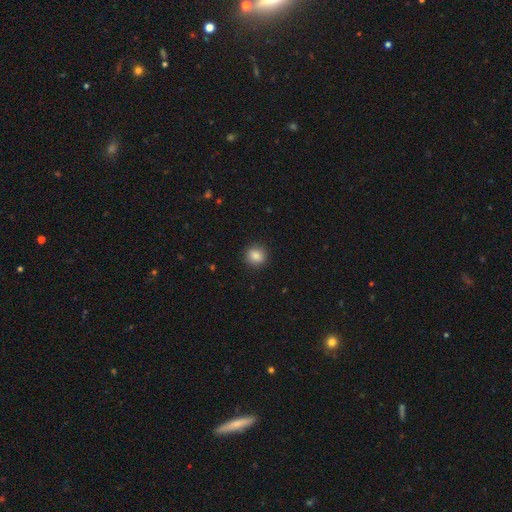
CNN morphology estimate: type=smooth (86%); roundness=round (88%); merging=none (91%).